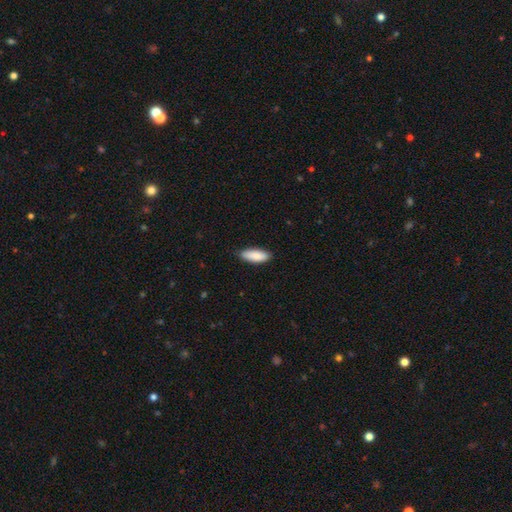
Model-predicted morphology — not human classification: smooth-or-featured: smooth: 88% | featured or disk: 7% | star or artifact: 5%
  how-rounded: in between: 71% | cigar-shaped: 27% | round: 2%
  merging: none: 83% | minor disturbance: 14% | major disturbance: 2% | merger: 1%